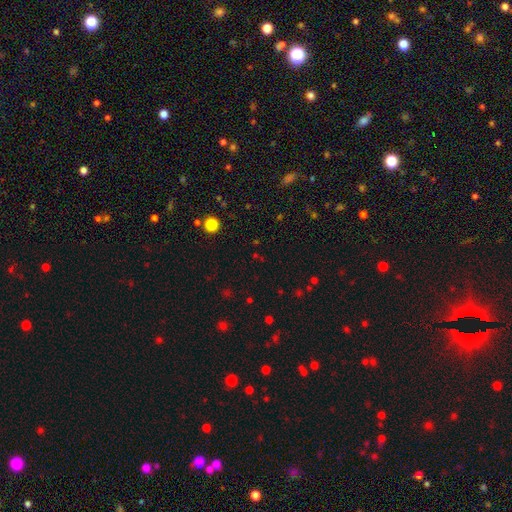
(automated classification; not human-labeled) smooth-or-featured: star or artifact: 61% | smooth: 33% | featured or disk: 7%